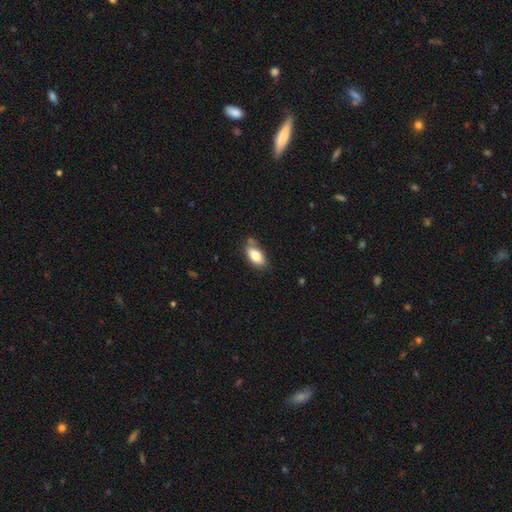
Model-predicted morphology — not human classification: smooth-or-featured: smooth: 78% | featured or disk: 15% | star or artifact: 7%
  how-rounded: in between: 88% | cigar-shaped: 8% | round: 3%
  merging: none: 65% | minor disturbance: 23% | merger: 8% | major disturbance: 5%